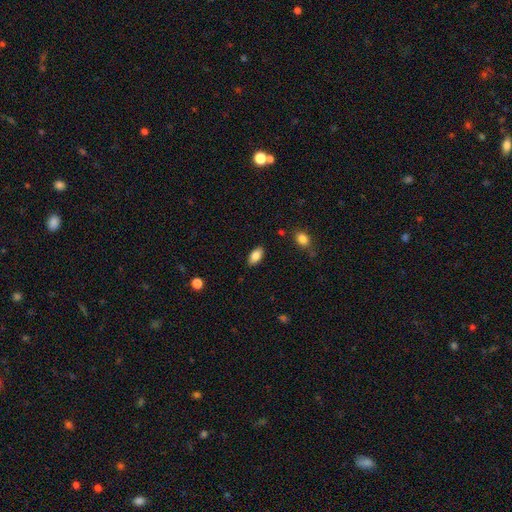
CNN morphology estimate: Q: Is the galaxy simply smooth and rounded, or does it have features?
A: smooth — 84%.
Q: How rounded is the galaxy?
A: in between — 91%.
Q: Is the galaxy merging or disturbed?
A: none — 86%.